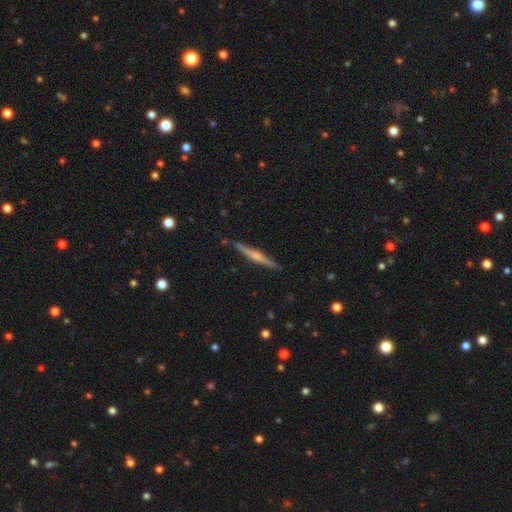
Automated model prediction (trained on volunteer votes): Smooth or featured?
  - featured or disk: 62% *
  - smooth: 33%
  - star or artifact: 6%
Edge-on disk?
  - yes: 98% *
  - no: 2%
Edge-on bulge?
  - rounded: 59% *
  - none: 21%
  - boxy: 20%
Merging?
  - none: 89% *
  - minor disturbance: 8%
  - major disturbance: 2%
  - merger: 1%